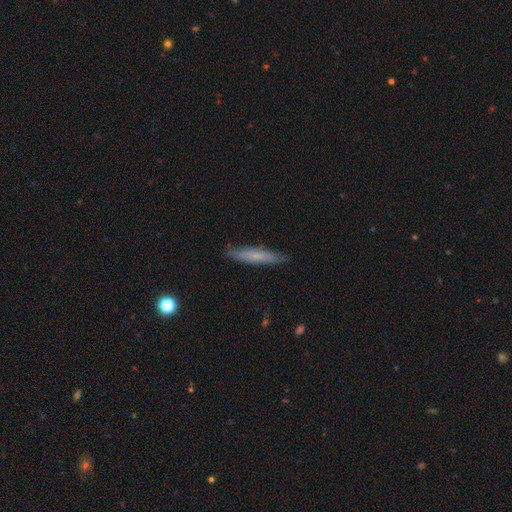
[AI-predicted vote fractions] The model was most divided on "smooth or featured": smooth: 65%, featured or disk: 29%, star or artifact: 6%. More confident: how rounded — cigar-shaped (91%); merging — none (85%).